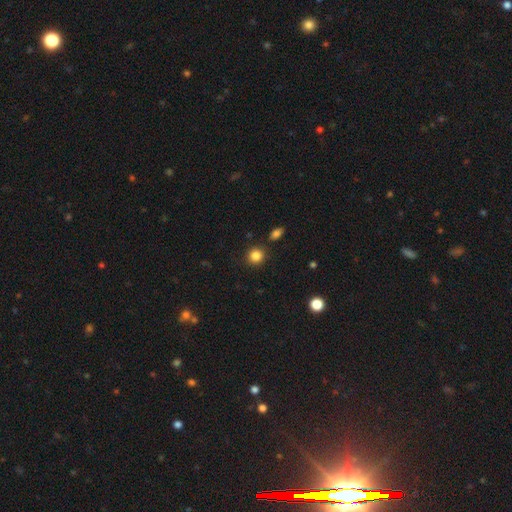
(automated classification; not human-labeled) This is clearly a smooth galaxy (85%). How rounded: clearly round (88%). Merging: clearly none (85%).